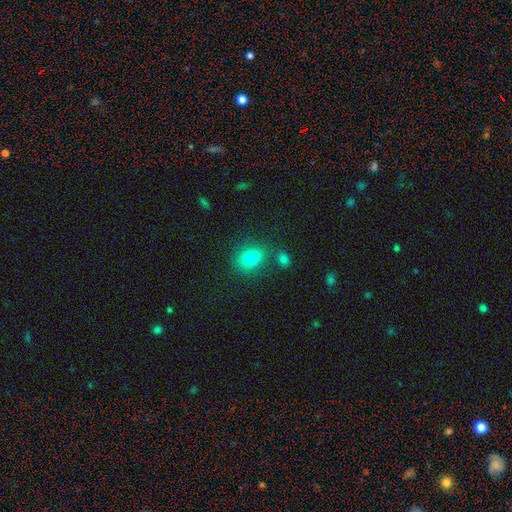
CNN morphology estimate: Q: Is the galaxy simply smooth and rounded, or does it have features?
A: smooth — 76%.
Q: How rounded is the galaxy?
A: round — 54%.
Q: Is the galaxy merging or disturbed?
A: none — 52%.